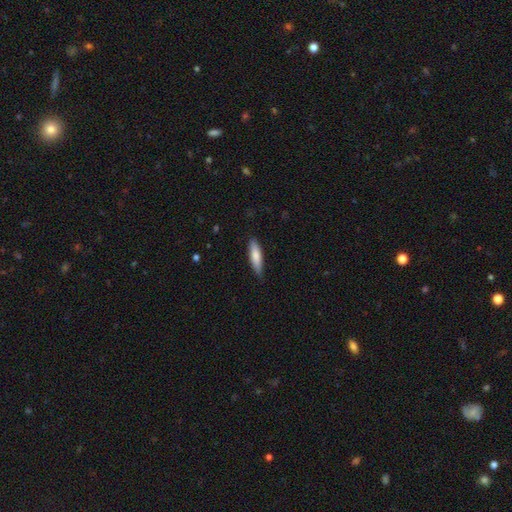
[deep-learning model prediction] A smooth galaxy with no disk features (78%) that is cigar-shaped (70%). Merging: none (82%).